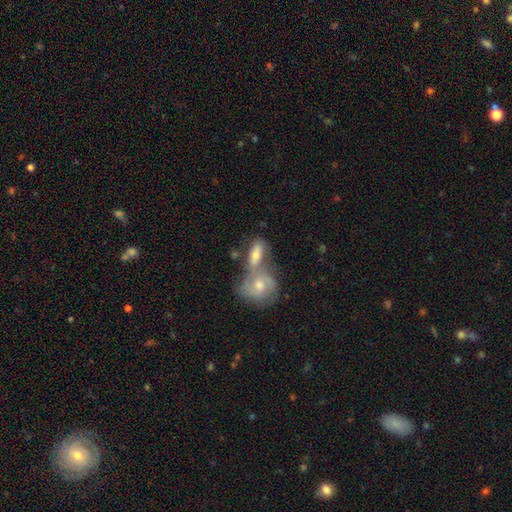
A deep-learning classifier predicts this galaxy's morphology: Smooth or featured: featured or disk — 57% (smooth — 34%)
Edge-on disk: no — 88% (yes — 12%)
Bar: no — 58% (weak — 34%)
Spiral arms: yes — 82% (no — 18%)
Bulge size: moderate — 59% (small — 31%)
Merging: merger — 56% (none — 30%)